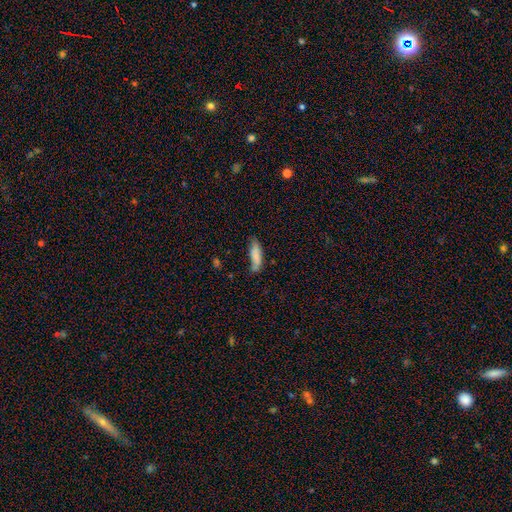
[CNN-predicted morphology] Smooth or featured?
  - smooth: 80% *
  - featured or disk: 13%
  - star or artifact: 7%
How rounded?
  - cigar-shaped: 52% *
  - in between: 46%
  - round: 2%
Merging?
  - none: 57% *
  - minor disturbance: 30%
  - major disturbance: 8%
  - merger: 5%